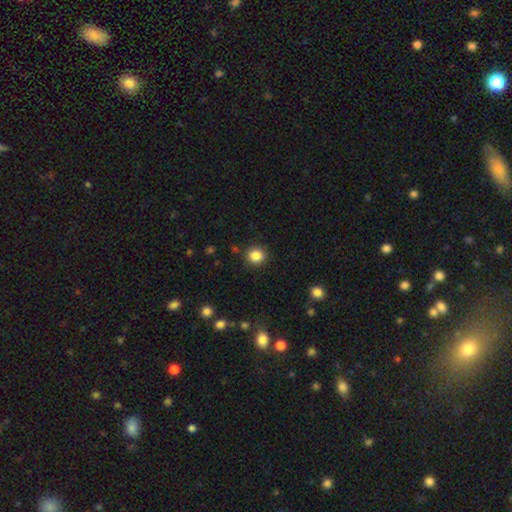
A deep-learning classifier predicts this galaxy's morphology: The model was most divided on "how rounded": round: 85%, in between: 14%, cigar-shaped: 1%. More confident: merging — none (90%); smooth or featured — smooth (85%).